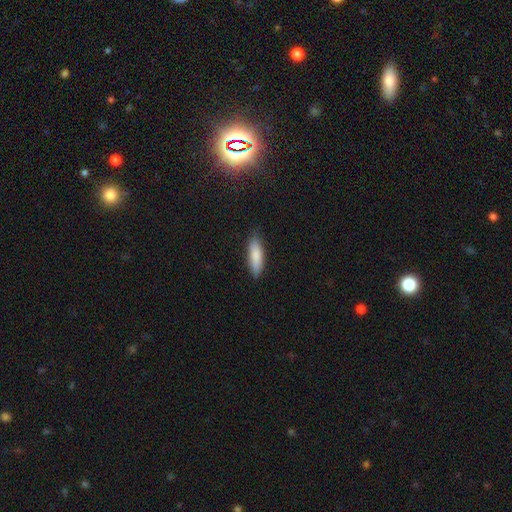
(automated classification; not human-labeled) This appears to be a smooth galaxy with no disk features (87%) that is in between round and cigar-shaped (52%). Merging: none (84%).